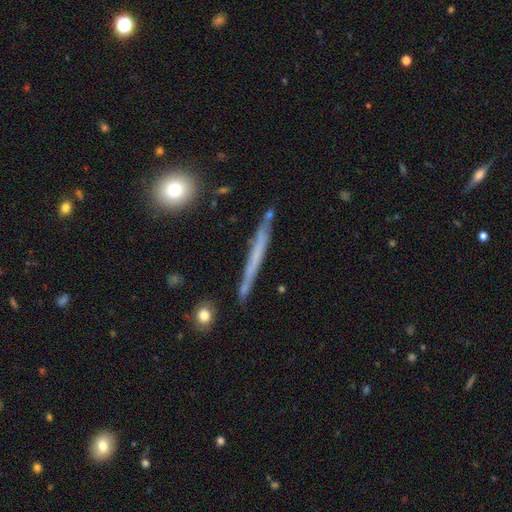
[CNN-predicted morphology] This is possibly a featured or disk galaxy (50%). It is clearly viewed edge-on (95%). Merging: clearly none (84%).